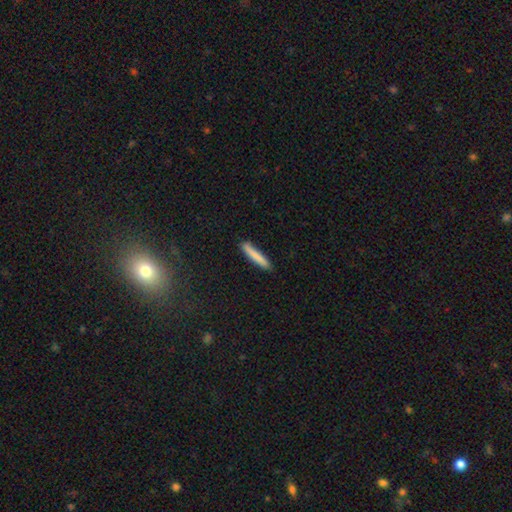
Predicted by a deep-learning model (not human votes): Smooth or featured? smooth (83%)
How rounded? cigar-shaped (94%)
Merging? none (89%)